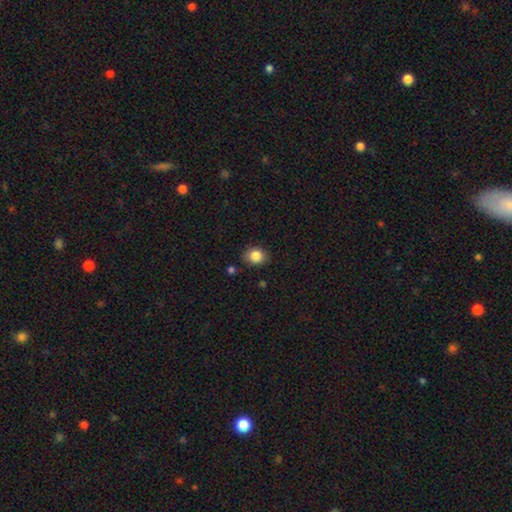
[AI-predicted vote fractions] Smooth or featured? smooth (85%)
How rounded? round (61%)
Merging? none (81%)